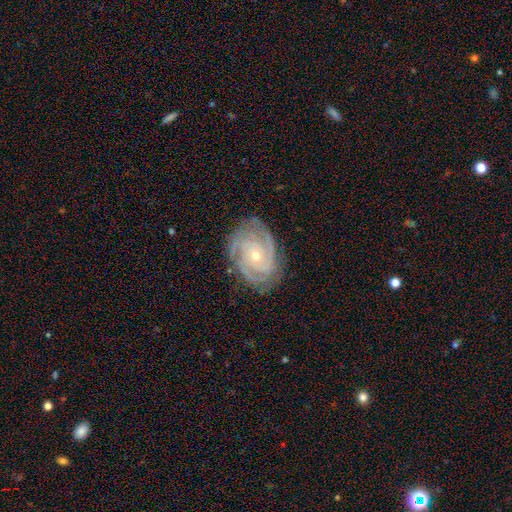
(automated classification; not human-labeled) This appears to be a featured or disk galaxy (91%) with no bar (75%), 3 (39%) tight (74%) spiral arms (98%) and a small central bulge (69%). Merging: none (80%).